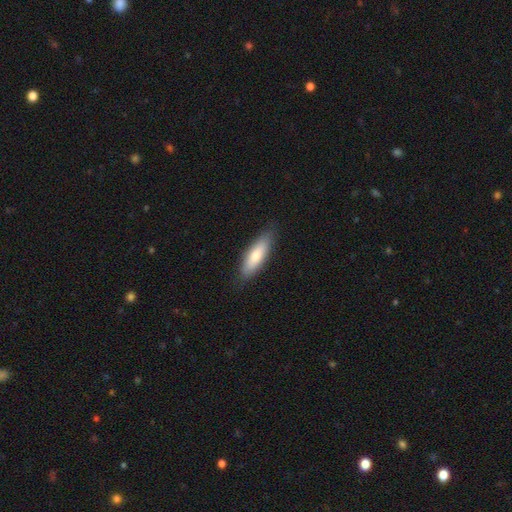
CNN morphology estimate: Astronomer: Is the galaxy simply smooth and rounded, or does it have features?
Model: smooth — 77%.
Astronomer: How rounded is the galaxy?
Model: in between — 50% (runner-up: cigar-shaped, 48%).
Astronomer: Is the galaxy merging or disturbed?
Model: none — 83%.